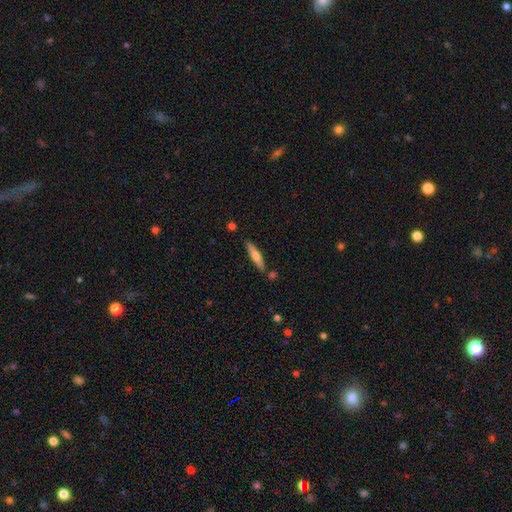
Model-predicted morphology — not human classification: A smooth galaxy with no disk features (56%) that is cigar-shaped (86%).

Vote fractions:
- Smooth or featured? smooth: 56% / featured or disk: 39% / star or artifact: 6%
- How rounded? cigar-shaped: 86% / in between: 12% / round: 2%
- Merging? none: 82% / minor disturbance: 11% / merger: 5% / major disturbance: 2%